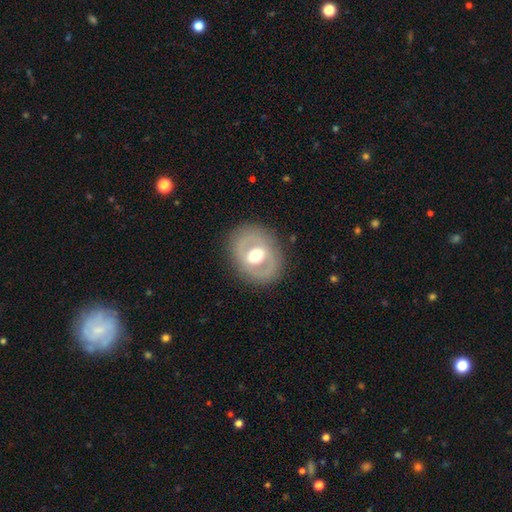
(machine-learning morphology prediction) type=featured or disk (60%); edge-on=no (94%); bar=no (41%); spiral arms=no (68%); bulge=moderate (67%); merging=none (82%).